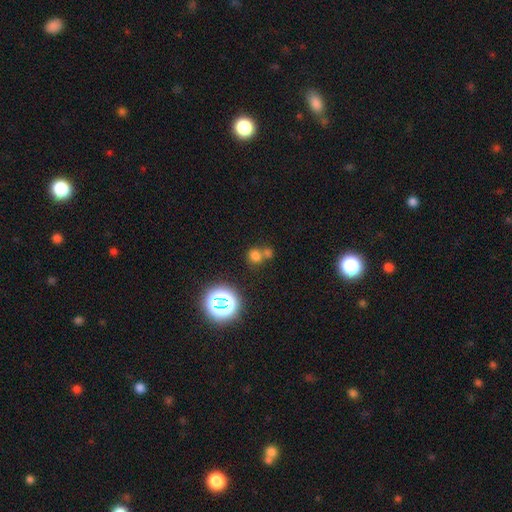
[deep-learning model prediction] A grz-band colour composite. It shows a smooth galaxy with no disk features (62%) that is round (75%). Merging: none (48%).